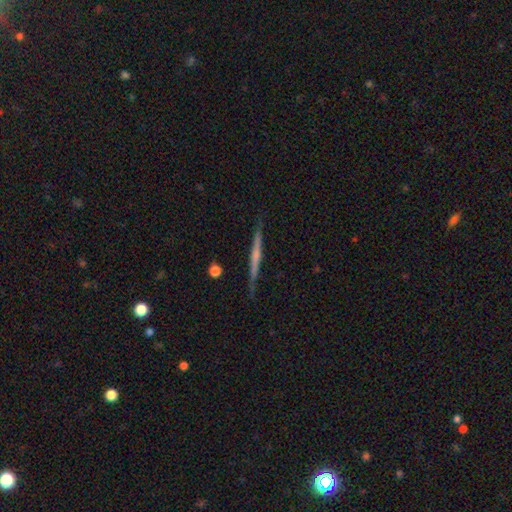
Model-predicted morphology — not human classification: The model was most divided on "edge-on bulge": none: 58%, rounded: 32%, boxy: 10%. More confident: edge-on disk — yes (98%); merging — none (87%); smooth or featured — featured or disk (65%).